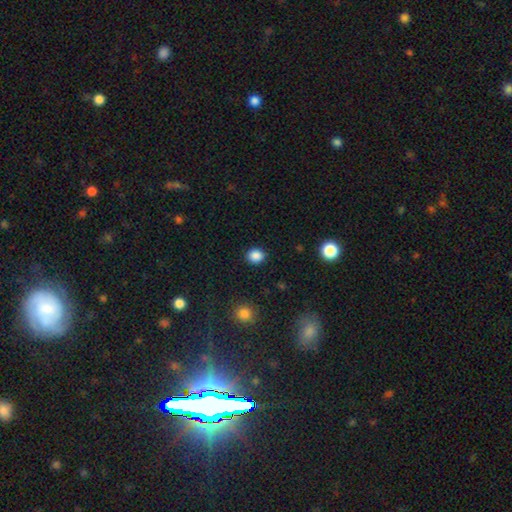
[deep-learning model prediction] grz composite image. It shows a smooth galaxy with no disk features (86%) that is round (74%). Merging: none (90%).